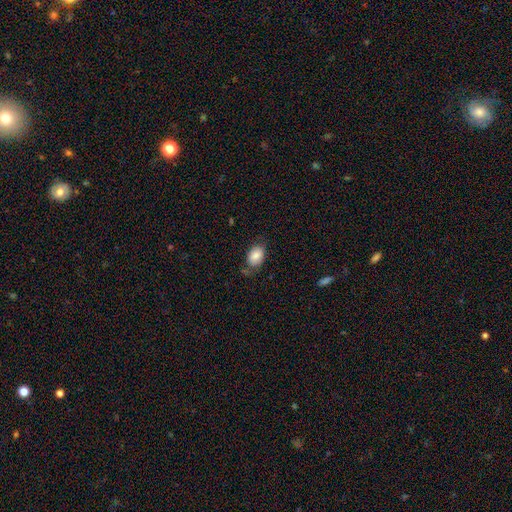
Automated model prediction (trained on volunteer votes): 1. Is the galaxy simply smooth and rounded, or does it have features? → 81% smooth, 11% featured or disk, 8% star or artifact.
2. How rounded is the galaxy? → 80% in between, 19% round, 1% cigar-shaped.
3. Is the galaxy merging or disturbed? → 65% none, 24% minor disturbance, 8% major disturbance, 3% merger.